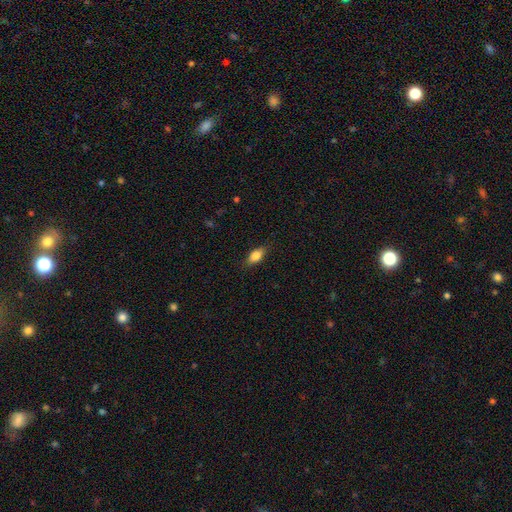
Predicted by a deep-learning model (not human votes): Overall: smooth (80%). How rounded: in between (83%). Merging: none (83%).